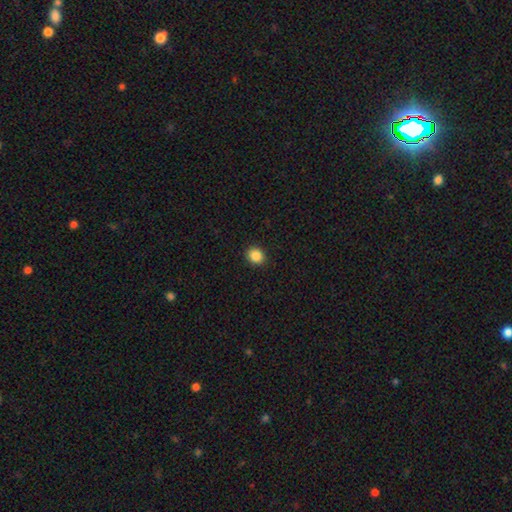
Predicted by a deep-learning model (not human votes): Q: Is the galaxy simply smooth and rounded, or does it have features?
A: smooth — 86%.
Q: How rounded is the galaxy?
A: round — 77%.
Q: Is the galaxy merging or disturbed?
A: none — 92%.